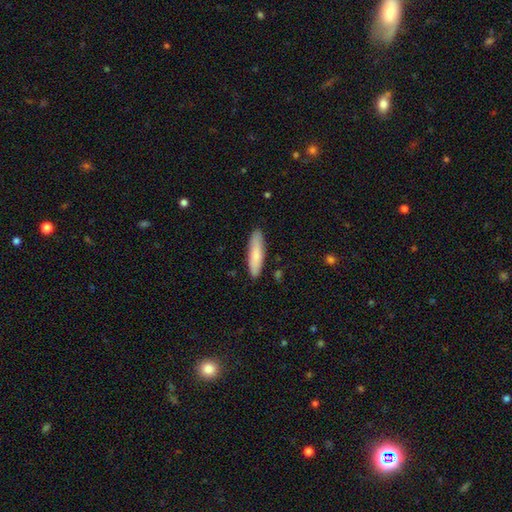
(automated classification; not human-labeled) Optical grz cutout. It shows a smooth galaxy with no disk features (82%) that is cigar-shaped (76%). Merging: none (88%).